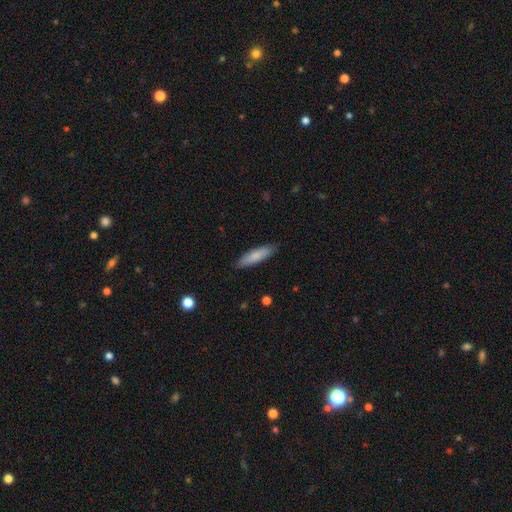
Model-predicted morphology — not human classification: Smooth or featured: smooth — 79% (featured or disk — 15%)
How rounded: cigar-shaped — 67% (in between — 32%)
Merging: none — 86% (minor disturbance — 11%)